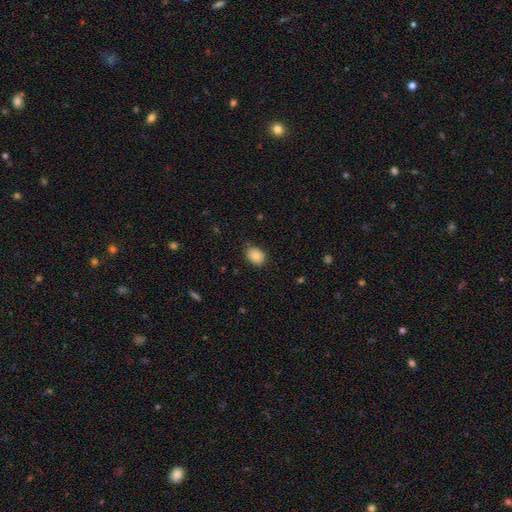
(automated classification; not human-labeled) Smooth or featured?
  - smooth: 83% *
  - star or artifact: 8%
  - featured or disk: 8%
How rounded?
  - in between: 65% *
  - round: 34%
  - cigar-shaped: 1%
Merging?
  - none: 81% *
  - minor disturbance: 15%
  - major disturbance: 3%
  - merger: 1%